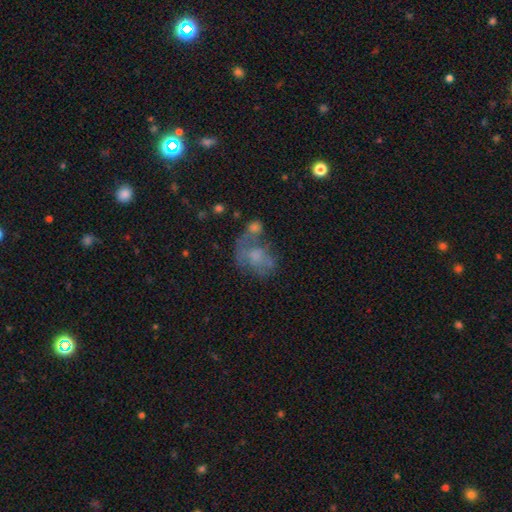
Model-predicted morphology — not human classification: This appears to be a featured or disk galaxy (45%). Merging: none (29%).